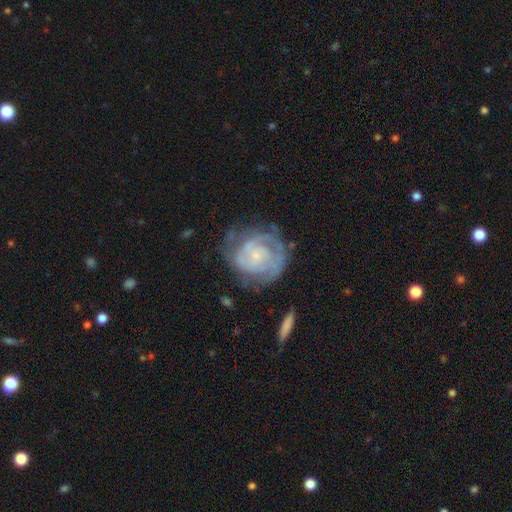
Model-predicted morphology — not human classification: The model was most divided on "spiral arm count": can't tell: 36%, 2: 32%, 3: 17%, 1: 5%, 4: 5%, more than 4: 4%. More confident: edge-on disk — no (98%); spiral arms — yes (89%); smooth or featured — featured or disk (78%); bar — no (68%); bulge size — small (67%); merging — none (61%); spiral winding — tight (60%).